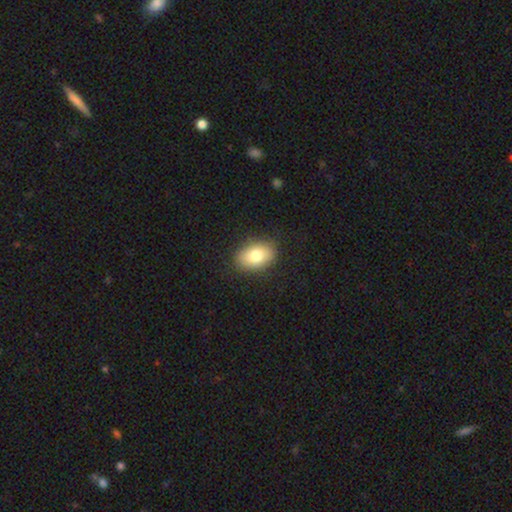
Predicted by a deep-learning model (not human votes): Overall: smooth (81%). How rounded: in between (84%). Merging: none (86%).